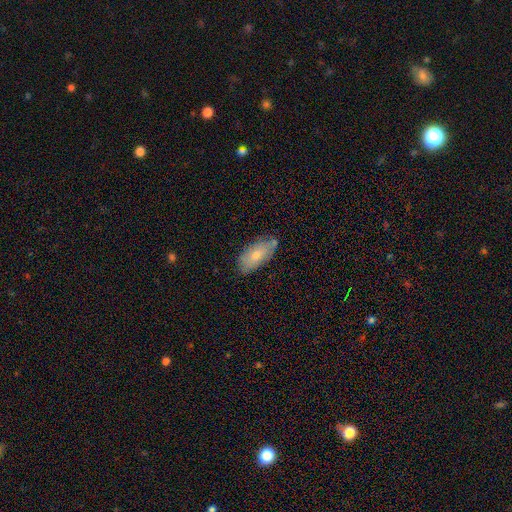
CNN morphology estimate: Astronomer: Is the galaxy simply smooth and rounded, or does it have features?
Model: smooth — 70%.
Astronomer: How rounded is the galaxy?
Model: in between — 90%.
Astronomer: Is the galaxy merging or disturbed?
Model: none — 75%.